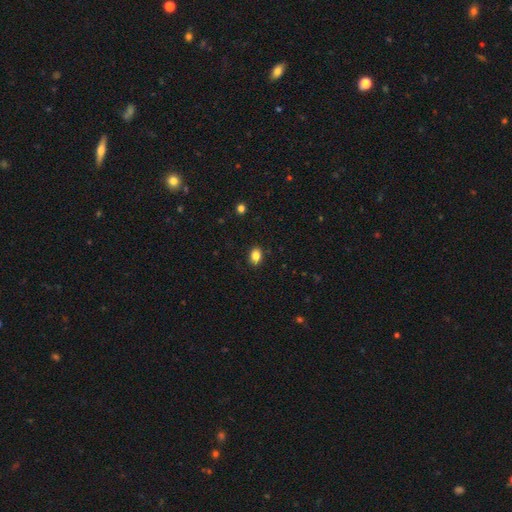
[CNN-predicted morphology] The model was most divided on "how rounded": in between: 71%, round: 28%, cigar-shaped: 1%. More confident: merging — none (89%); smooth or featured — smooth (86%).